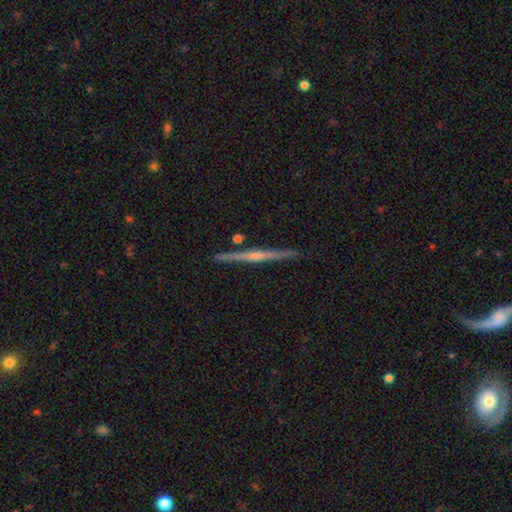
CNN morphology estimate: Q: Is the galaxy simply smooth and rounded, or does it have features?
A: featured or disk — 78%.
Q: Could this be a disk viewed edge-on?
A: yes — 98%.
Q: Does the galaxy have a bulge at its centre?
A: rounded — 64%.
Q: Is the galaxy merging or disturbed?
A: none — 91%.